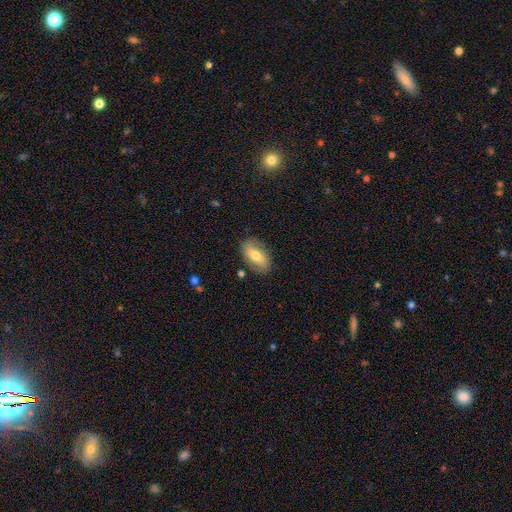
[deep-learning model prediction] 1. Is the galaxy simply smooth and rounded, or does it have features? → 58% smooth, 34% featured or disk, 7% star or artifact.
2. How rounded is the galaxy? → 89% in between, 6% cigar-shaped, 5% round.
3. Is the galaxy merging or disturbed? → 83% none, 13% minor disturbance, 3% major disturbance, 2% merger.